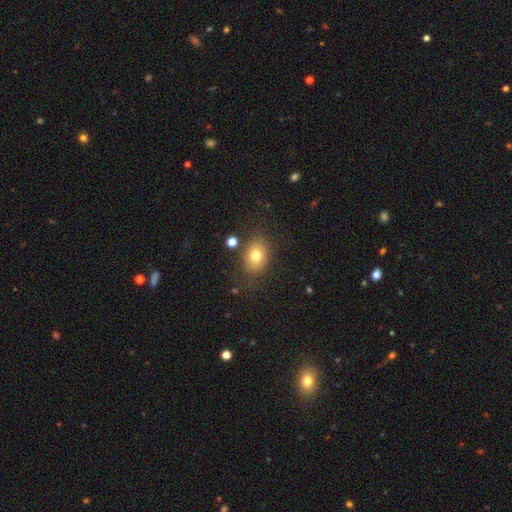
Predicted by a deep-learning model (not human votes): Smooth or featured?
  - smooth: 74% *
  - featured or disk: 14%
  - star or artifact: 12%
How rounded?
  - in between: 67% *
  - round: 32%
  - cigar-shaped: 1%
Merging?
  - none: 77% *
  - minor disturbance: 14%
  - major disturbance: 5%
  - merger: 3%